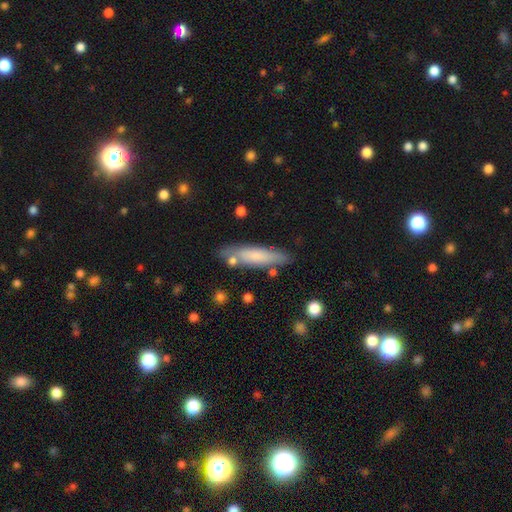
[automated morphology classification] type=smooth (69%); roundness=cigar-shaped (77%); merging=none (75%).